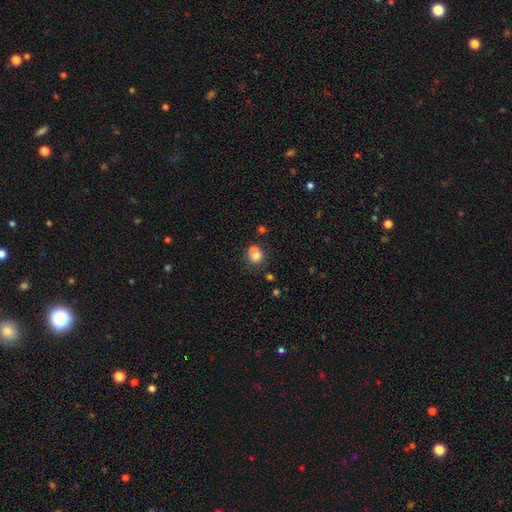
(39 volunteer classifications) This is clearly a smooth galaxy (90%). How rounded: likely round (77%). Merging: possibly none (51%).